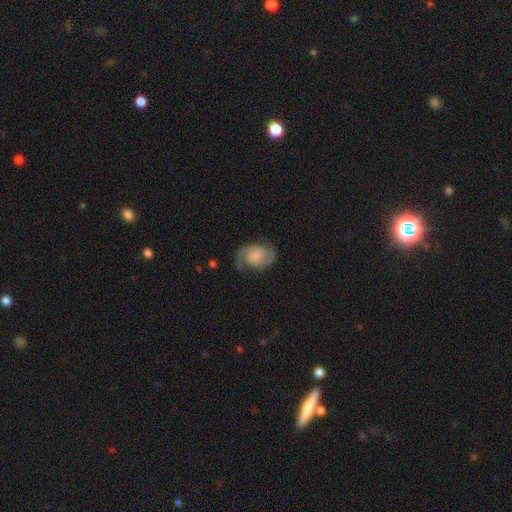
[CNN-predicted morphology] A featured or disk galaxy (80%) with no bar (60%), 2 (90%) medium (51%) spiral arms (96%) and a small central bulge (53%). Merging: none (70%).